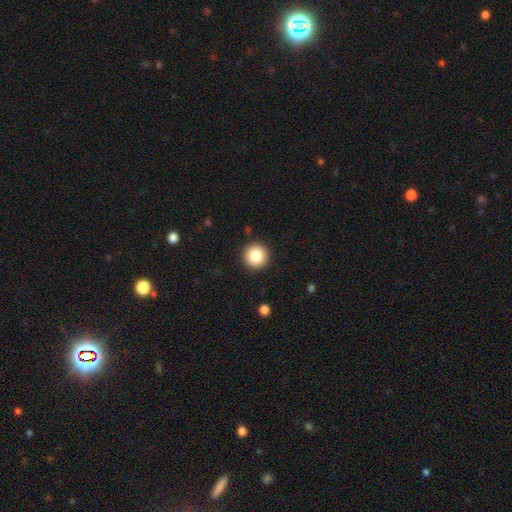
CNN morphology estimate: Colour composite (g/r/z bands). It shows a smooth galaxy with no disk features (85%) that is round (96%). Merging: none (92%).